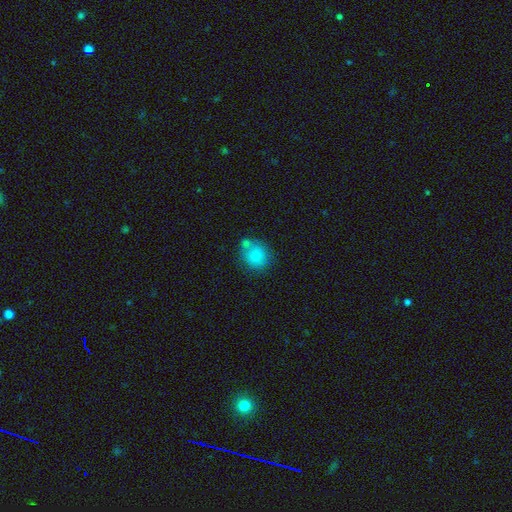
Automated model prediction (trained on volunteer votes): A smooth galaxy with no disk features (82%) that is round (84%). Merging: none (58%).